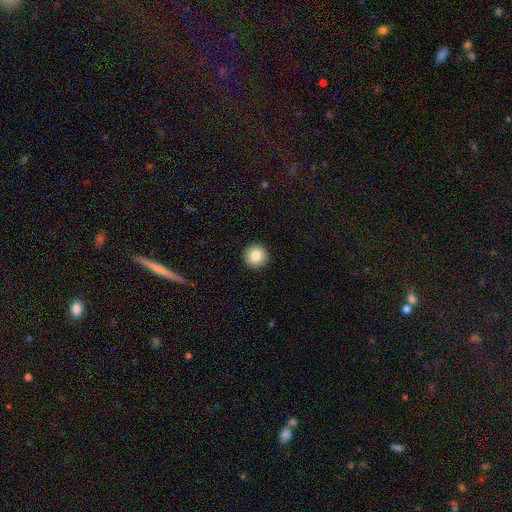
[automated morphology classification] smooth 86%, star or artifact 8%, featured or disk 6%. Down the decision tree: how rounded — round (95%); merging — none (93%).